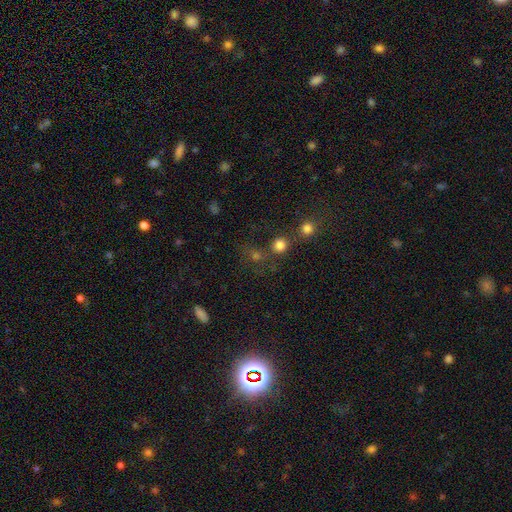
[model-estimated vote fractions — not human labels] smooth-or-featured: smooth: 52% | star or artifact: 38% | featured or disk: 10%
  how-rounded: round: 83% | in between: 15% | cigar-shaped: 2%
  merging: none: 62% | merger: 21% | minor disturbance: 10% | major disturbance: 7%